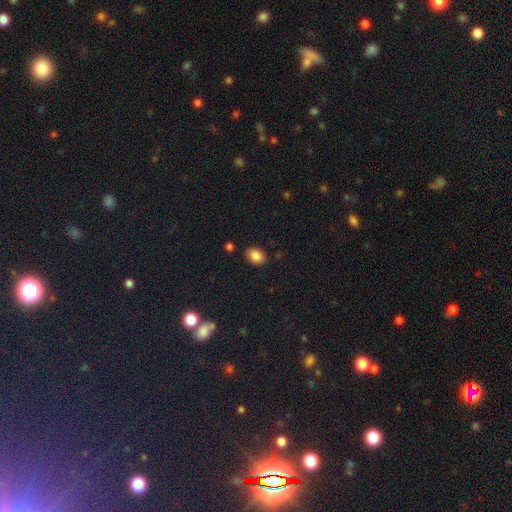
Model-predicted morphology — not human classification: smooth-or-featured: smooth: 85% | star or artifact: 9% | featured or disk: 6%
  how-rounded: in between: 68% | round: 31% | cigar-shaped: 1%
  merging: none: 86% | minor disturbance: 9% | merger: 3% | major disturbance: 2%